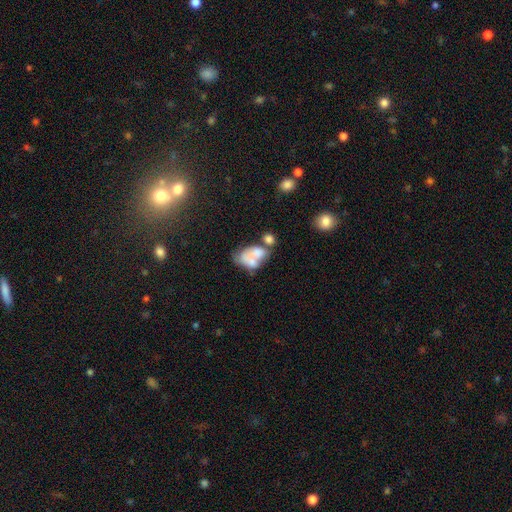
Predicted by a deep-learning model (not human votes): smooth_or_featured: smooth (p=0.54) [alt: featured or disk p=0.36]
how_rounded: in between (p=0.86) [alt: round p=0.12]
merging: merger (p=0.50) [alt: none p=0.19]